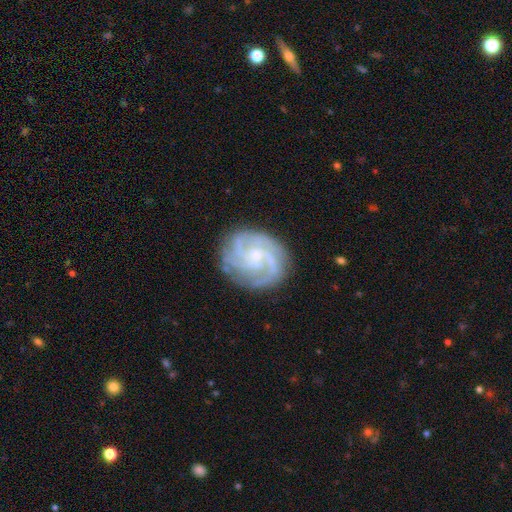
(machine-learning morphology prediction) A featured or disk galaxy (87%) with no bar (64%), 3 (34%) tight (57%) spiral arms (97%) and a small central bulge (68%). Merging: none (79%).